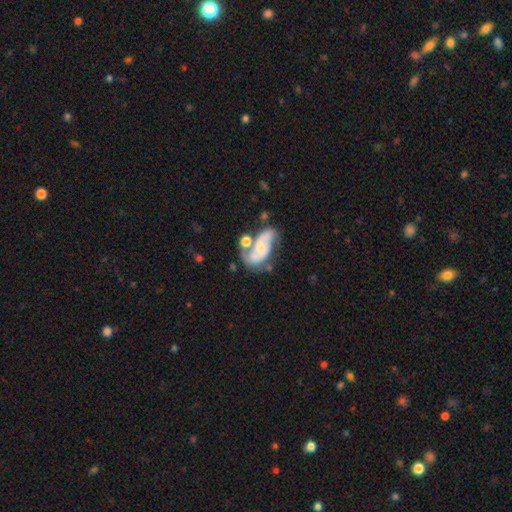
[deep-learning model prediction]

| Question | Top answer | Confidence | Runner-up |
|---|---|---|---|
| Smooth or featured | featured or disk | 70% | smooth (23%) |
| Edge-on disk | no | 96% | yes (4%) |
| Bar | no | 60% | weak (30%) |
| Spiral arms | yes | 86% | no (14%) |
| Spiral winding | medium | 45% | loose (34%) |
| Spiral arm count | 2 | 80% | can't tell (10%) |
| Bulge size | small | 55% | moderate (31%) |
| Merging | none | 38% | merger (27%) |